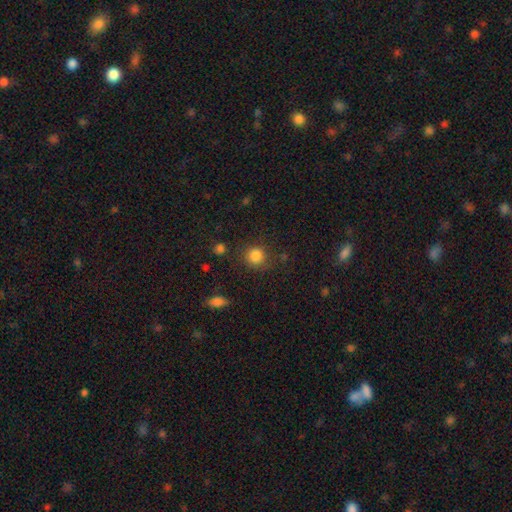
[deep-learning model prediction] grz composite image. It shows a smooth galaxy with no disk features (84%) that is round (89%). Merging: none (82%).